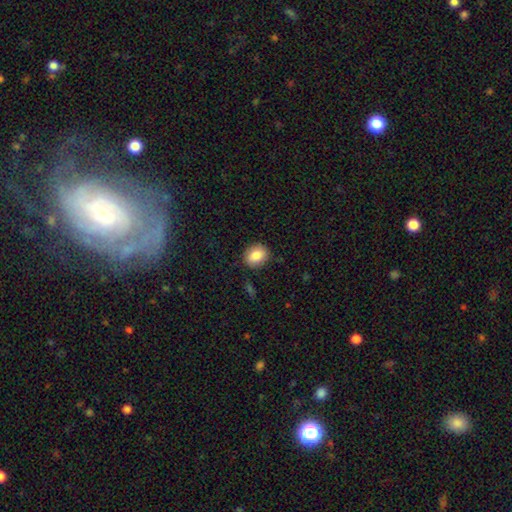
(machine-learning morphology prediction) smooth-or-featured: smooth: 85% | star or artifact: 8% | featured or disk: 7%
  how-rounded: round: 56% | in between: 43% | cigar-shaped: 1%
  merging: none: 86% | minor disturbance: 10% | major disturbance: 3% | merger: 2%